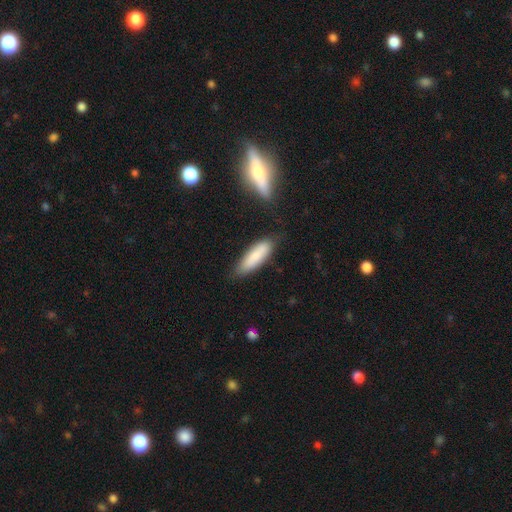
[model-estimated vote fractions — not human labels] This appears to be a smooth galaxy with no disk features (80%) that is in between round and cigar-shaped (50%). Merging: none (76%).